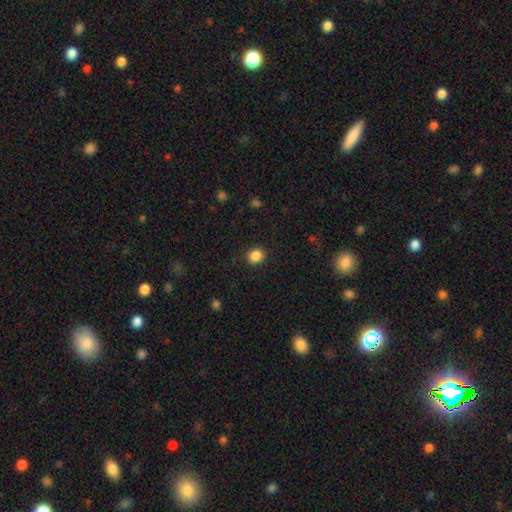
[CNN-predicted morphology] This is clearly a smooth galaxy (87%). How rounded: likely round (79%). Merging: clearly none (90%).